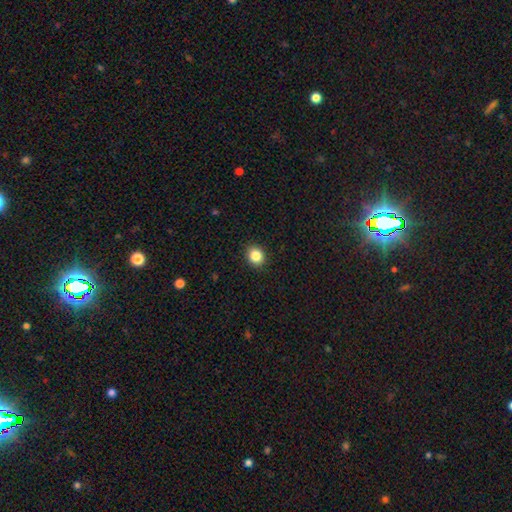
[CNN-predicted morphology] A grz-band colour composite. It shows a smooth galaxy with no disk features (84%) that is round (75%). Merging: none (92%).